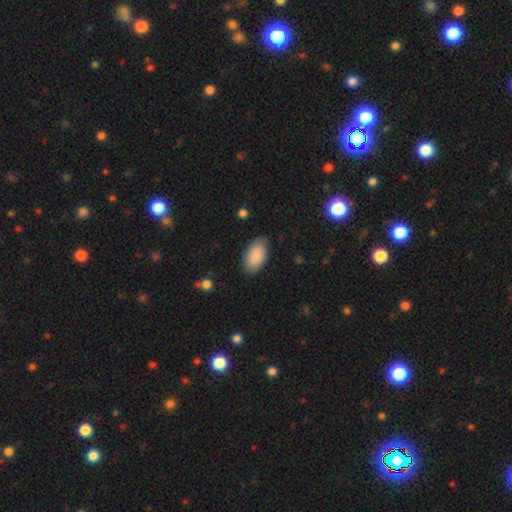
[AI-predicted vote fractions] A smooth galaxy with no disk features (89%) that is in between round and cigar-shaped (95%).

Vote fractions:
- Smooth or featured? smooth: 89% / star or artifact: 6% / featured or disk: 5%
- How rounded? in between: 95% / round: 3% / cigar-shaped: 2%
- Merging? none: 85% / minor disturbance: 11% / major disturbance: 3% / merger: 1%